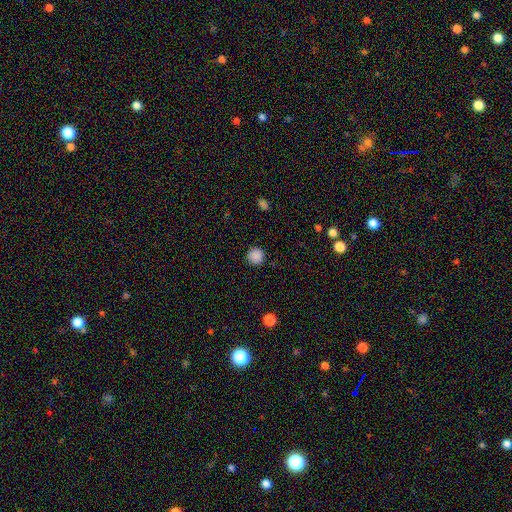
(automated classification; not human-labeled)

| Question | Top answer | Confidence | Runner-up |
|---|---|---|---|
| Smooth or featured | smooth | 87% | star or artifact (10%) |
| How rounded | round | 95% | in between (4%) |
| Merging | none | 90% | minor disturbance (6%) |